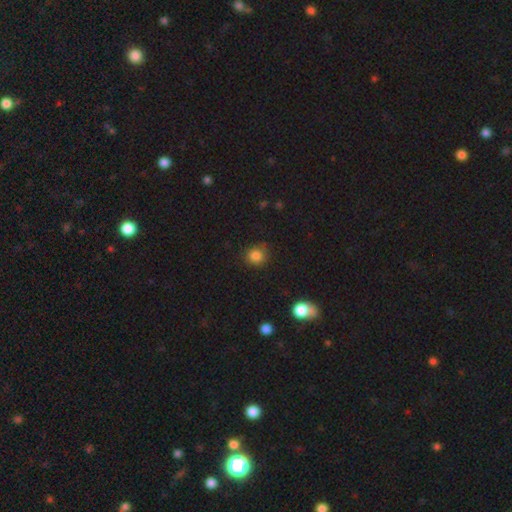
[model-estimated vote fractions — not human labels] smooth 83%, star or artifact 12%, featured or disk 5%. Down the decision tree: how rounded — round (86%); merging — none (80%).